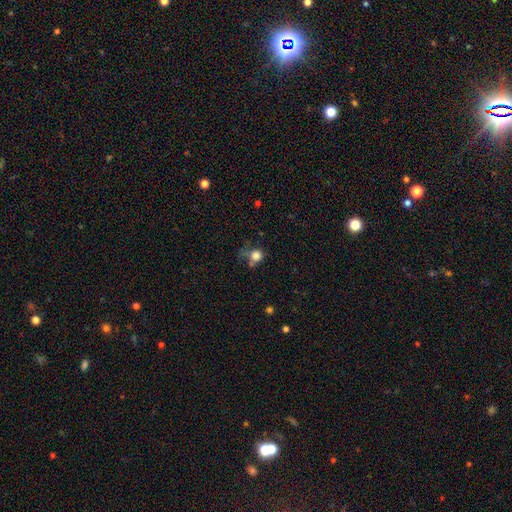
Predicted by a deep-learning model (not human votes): smooth 78%, star or artifact 13%, featured or disk 9%. Down the decision tree: how rounded — round (83%); merging — none (49%).